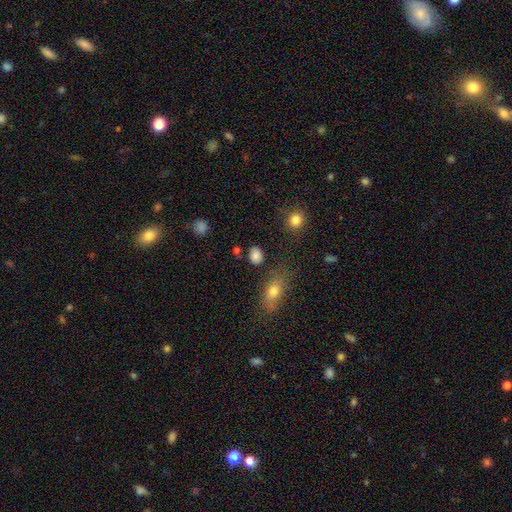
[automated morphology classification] A smooth galaxy with no disk features (84%) that is in between round and cigar-shaped (53%). Merging: none (81%).